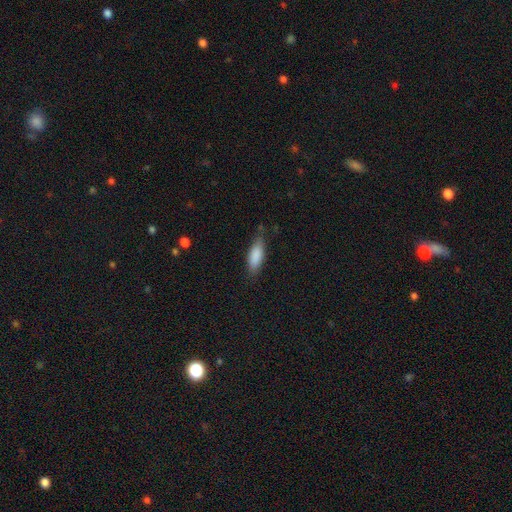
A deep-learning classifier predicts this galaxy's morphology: Overall: smooth (86%). How rounded: in between (69%; cigar-shaped 30%). Merging: none (74%).